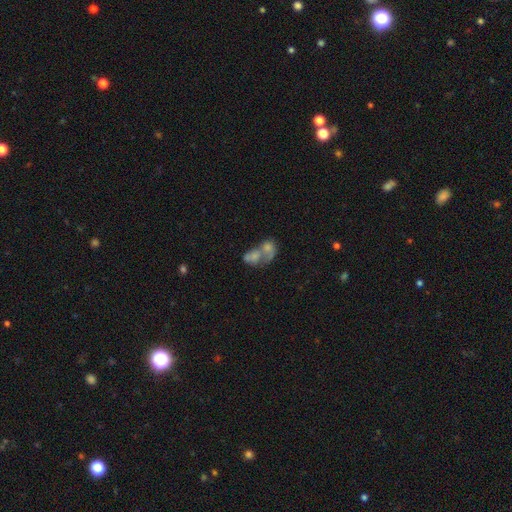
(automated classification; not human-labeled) Smooth or featured: smooth — 56% (featured or disk — 32%)
How rounded: in between — 66% (round — 32%)
Merging: merger — 74% (none — 12%)